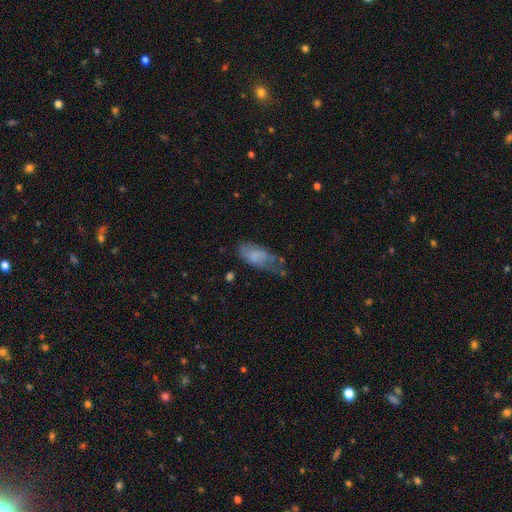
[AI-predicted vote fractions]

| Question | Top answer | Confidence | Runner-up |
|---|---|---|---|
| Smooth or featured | smooth | 74% | featured or disk (18%) |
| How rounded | in between | 87% | cigar-shaped (10%) |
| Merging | none | 37% | tied: minor disturbance (37%) |